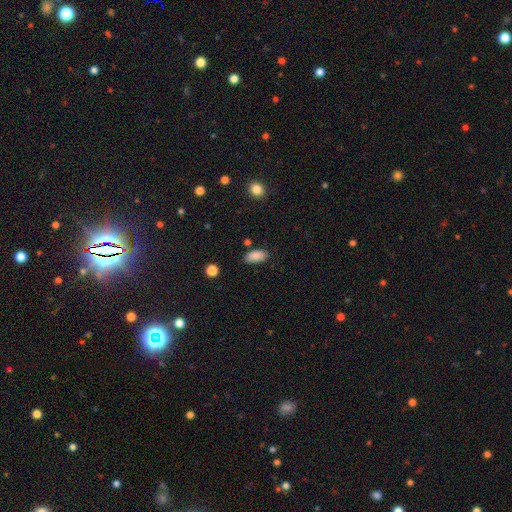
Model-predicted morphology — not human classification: Smooth or featured: smooth — 88% (star or artifact — 8%)
How rounded: in between — 91% (cigar-shaped — 6%)
Merging: none — 81% (minor disturbance — 14%)